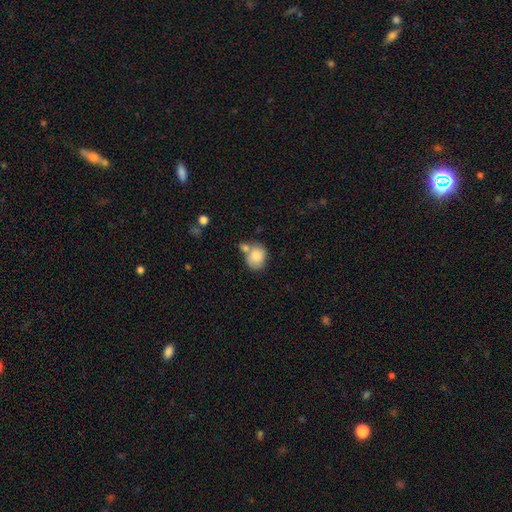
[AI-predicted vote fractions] This is clearly a smooth galaxy (82%). How rounded: possibly round (57%). Merging: possibly none (45%).